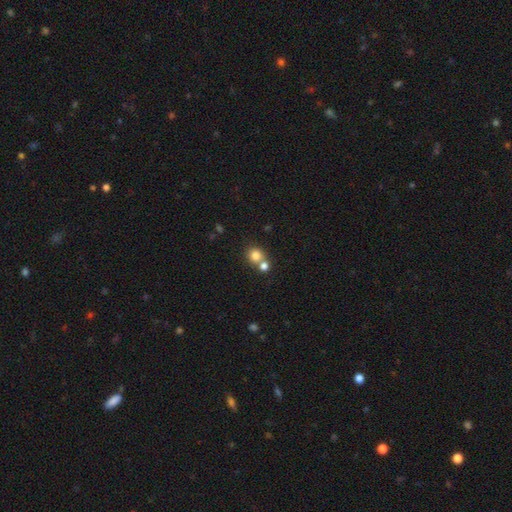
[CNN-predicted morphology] This appears to be a smooth galaxy with no disk features (80%) that is round (84%). Merging: none (53%).